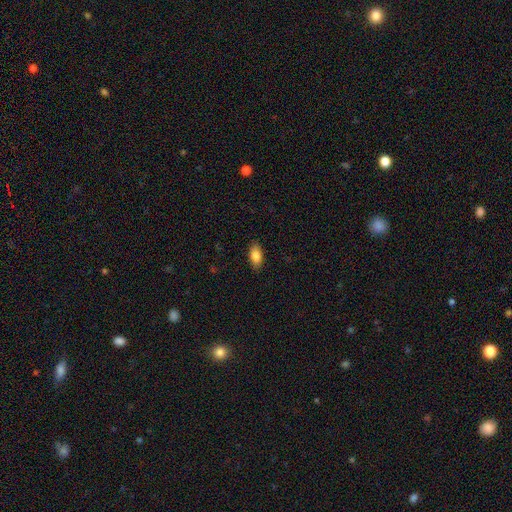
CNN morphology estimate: This is clearly a smooth galaxy (85%). How rounded: clearly in between (89%). Merging: clearly none (87%).